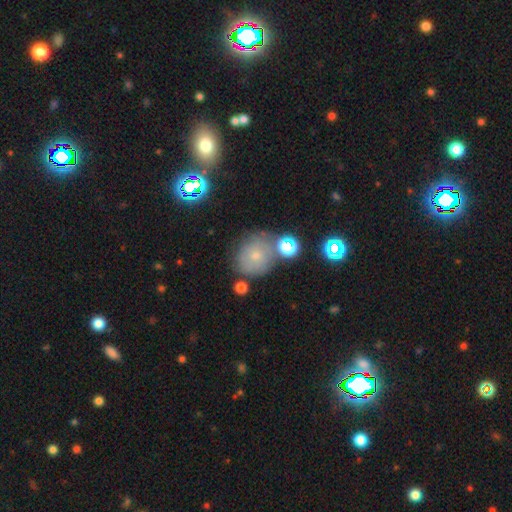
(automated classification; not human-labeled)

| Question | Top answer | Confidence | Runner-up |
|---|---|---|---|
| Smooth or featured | smooth | 58% | featured or disk (24%) |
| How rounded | round | 79% | in between (20%) |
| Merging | none | 64% | minor disturbance (18%) |